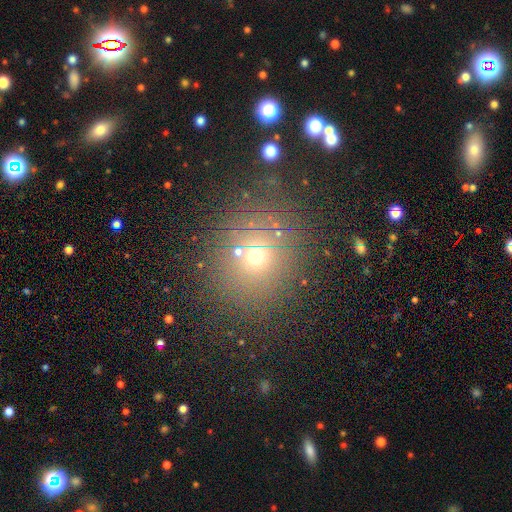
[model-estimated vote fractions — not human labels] Q: Smooth or featured?
A: smooth (62%); runner-up: star or artifact (26%)
Q: How rounded?
A: round (83%); runner-up: in between (16%)
Q: Merging?
A: none (79%); runner-up: minor disturbance (11%)